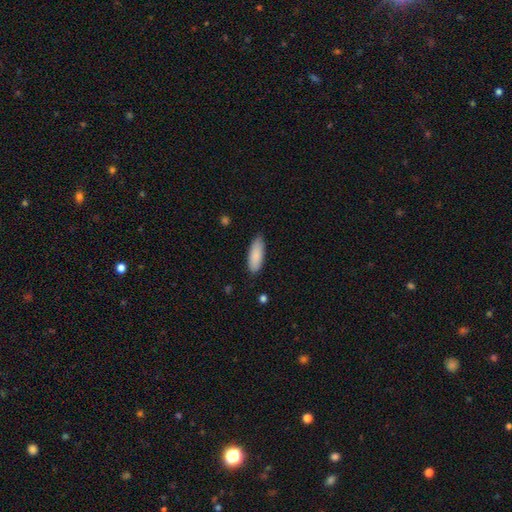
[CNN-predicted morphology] Overall: smooth (88%). How rounded: in between (75%). Merging: none (83%).